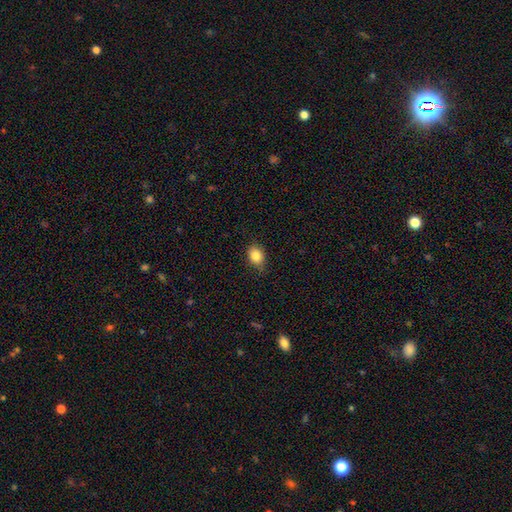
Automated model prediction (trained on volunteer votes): Smooth or featured: smooth — 84% (star or artifact — 9%)
How rounded: in between — 60% (round — 39%)
Merging: none — 78% (minor disturbance — 18%)